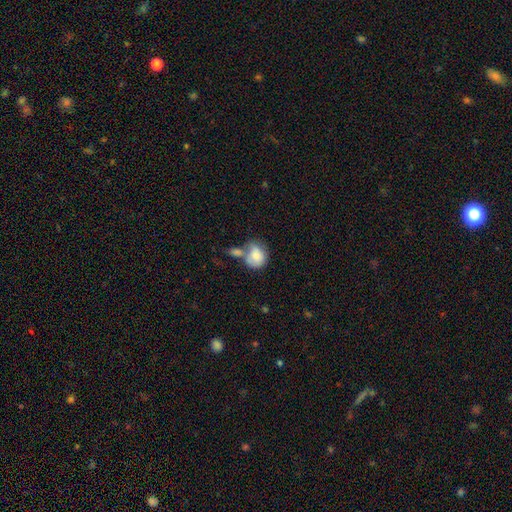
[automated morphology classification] A smooth galaxy with no disk features (78%) that is round (54%). Merging: merger (49%).